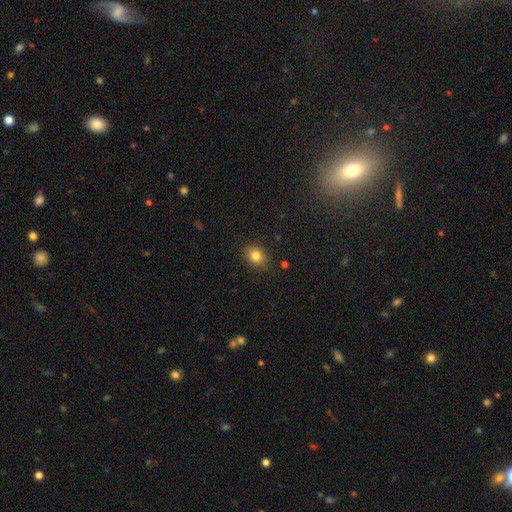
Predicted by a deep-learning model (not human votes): Smooth or featured?
  - smooth: 82% *
  - star or artifact: 11%
  - featured or disk: 7%
How rounded?
  - in between: 51% *
  - round: 48%
  - cigar-shaped: 1%
Merging?
  - none: 85% *
  - minor disturbance: 11%
  - major disturbance: 2%
  - merger: 1%